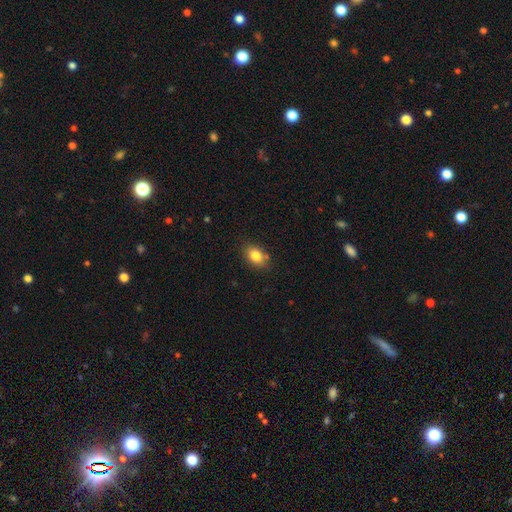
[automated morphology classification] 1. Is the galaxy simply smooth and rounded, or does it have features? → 82% smooth, 9% star or artifact, 9% featured or disk.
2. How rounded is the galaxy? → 79% in between, 20% round, 2% cigar-shaped.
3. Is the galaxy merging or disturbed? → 79% none, 15% minor disturbance, 4% merger, 3% major disturbance.